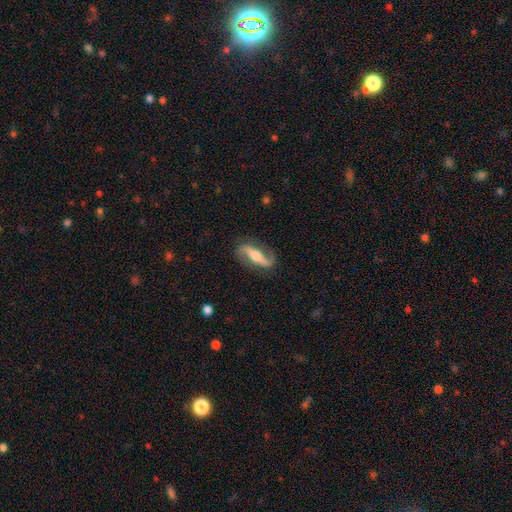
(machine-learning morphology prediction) This appears to be a featured or disk galaxy (84%) with a strong bar (55%), 2 (92%) loose (60%) spiral arms (93%) and a moderate central bulge (66%). Merging: none (81%).